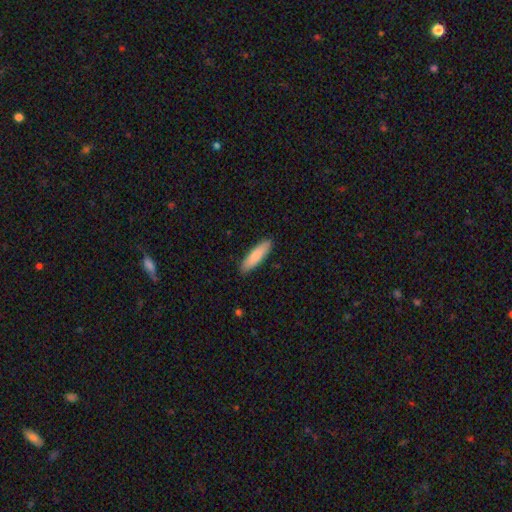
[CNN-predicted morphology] type=smooth (81%); roundness=cigar-shaped (66%); merging=none (89%).